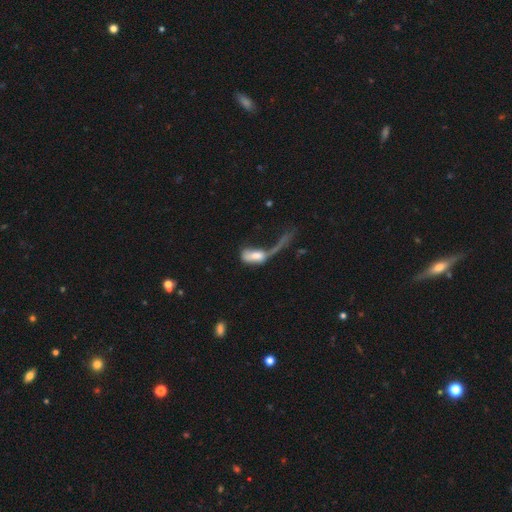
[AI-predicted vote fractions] Smooth or featured?
  - smooth: 59% *
  - featured or disk: 33%
  - star or artifact: 8%
How rounded?
  - in between: 82% *
  - cigar-shaped: 10%
  - round: 8%
Merging?
  - major disturbance: 61% *
  - merger: 17%
  - none: 11%
  - minor disturbance: 11%